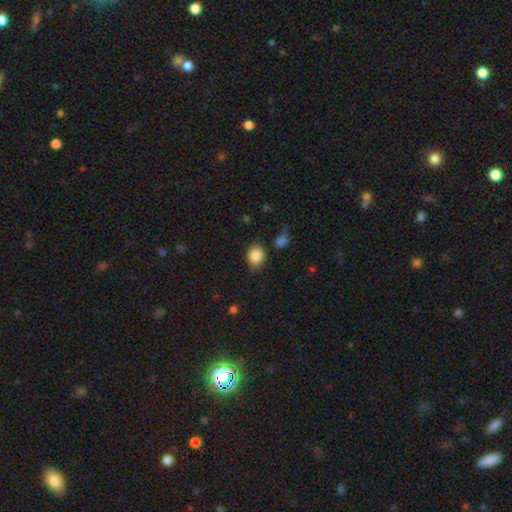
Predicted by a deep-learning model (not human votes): A smooth galaxy with no disk features (85%) that is round (55%). Merging: none (74%).